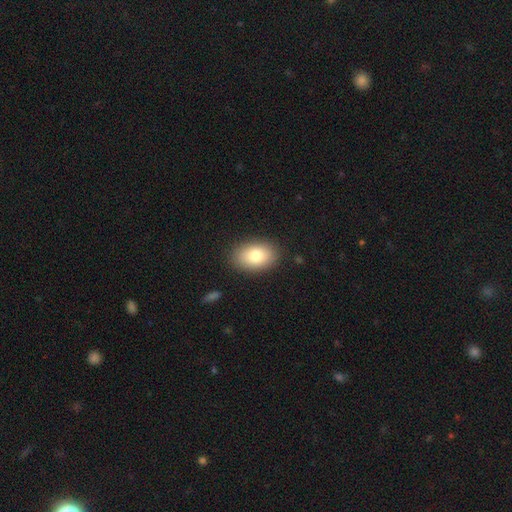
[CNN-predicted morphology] smooth_or_featured: smooth (p=0.81) [alt: featured or disk p=0.12]
how_rounded: in between (p=0.87) [alt: round p=0.11]
merging: none (p=0.87) [alt: minor disturbance p=0.09]